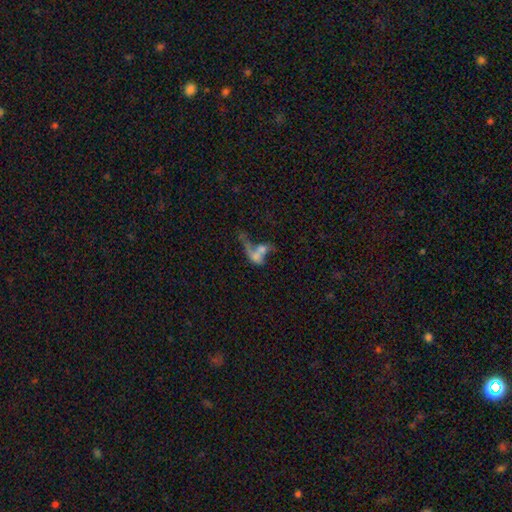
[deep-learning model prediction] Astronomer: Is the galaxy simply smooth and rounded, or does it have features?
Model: smooth — 47% (runner-up: featured or disk, 39%).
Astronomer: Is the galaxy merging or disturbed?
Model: merger — 59%.